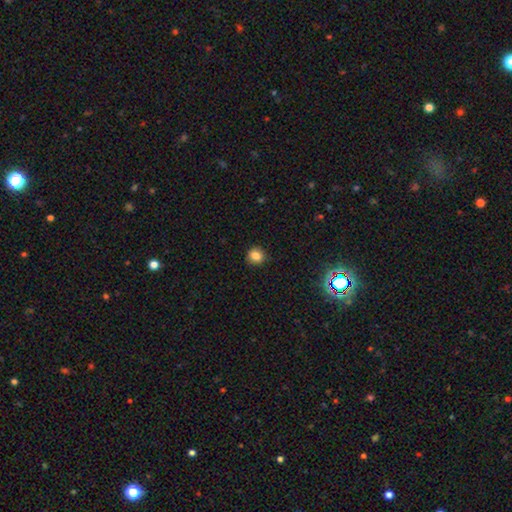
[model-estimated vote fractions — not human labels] The model was most divided on "how rounded": round: 85%, in between: 14%, cigar-shaped: 1%. More confident: merging — none (90%); smooth or featured — smooth (83%).